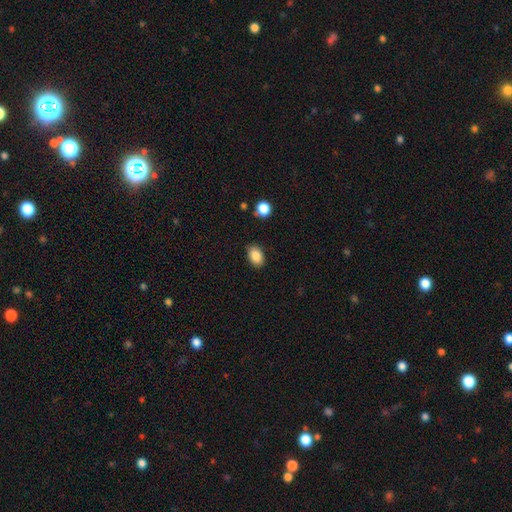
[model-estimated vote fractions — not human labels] This is clearly a smooth galaxy (87%). How rounded: clearly in between (87%). Merging: clearly none (86%).